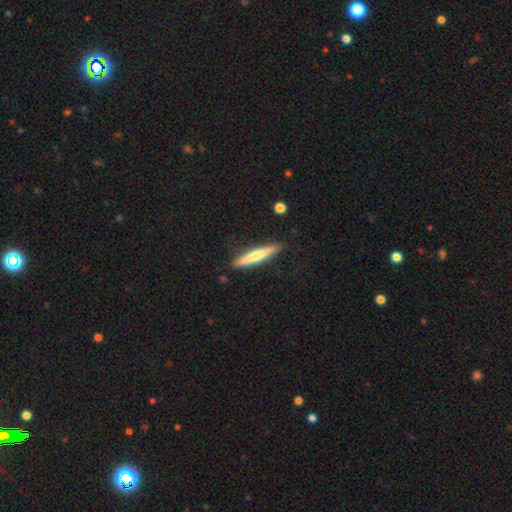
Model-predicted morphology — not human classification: type=smooth (58%); roundness=cigar-shaped (93%); merging=none (87%).